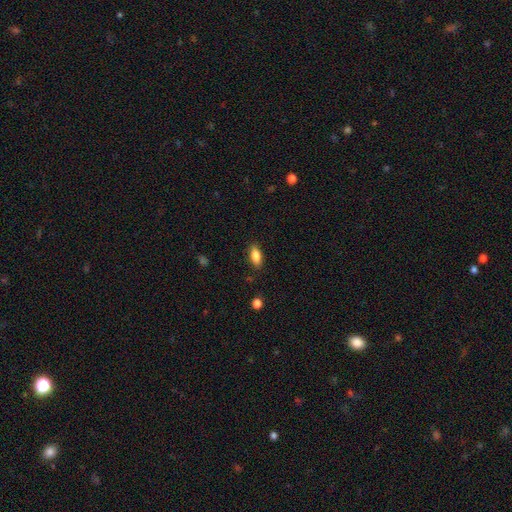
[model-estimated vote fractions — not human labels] Smooth or featured? Predicted: smooth (p=0.82). How rounded? Predicted: in between (p=0.83). Merging? Predicted: none (p=0.86).